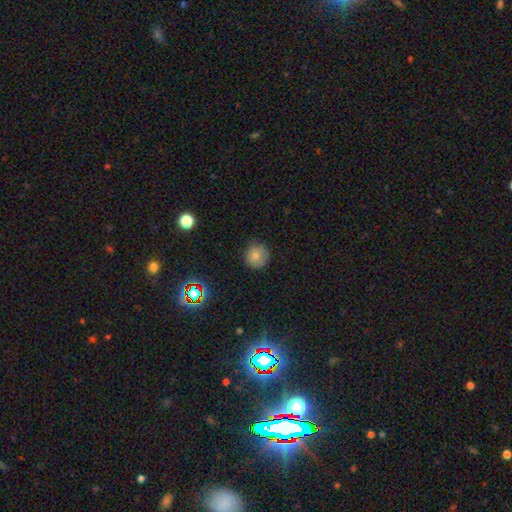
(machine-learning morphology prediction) The model was most divided on "smooth or featured": smooth: 78%, star or artifact: 13%, featured or disk: 8%. More confident: how rounded — round (92%); merging — none (86%).